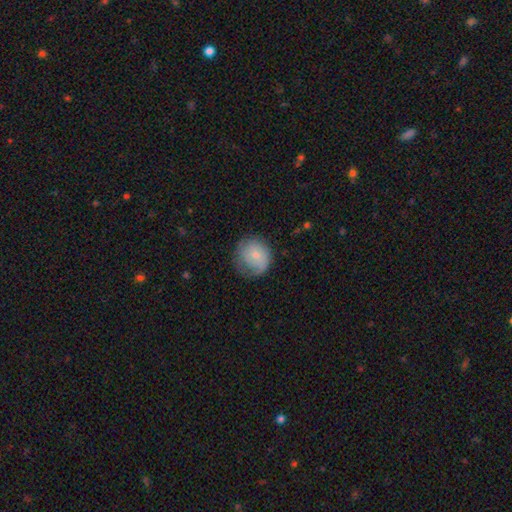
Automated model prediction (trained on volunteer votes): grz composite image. It shows a smooth galaxy with no disk features (65%) that is round (82%). Merging: none (59%).